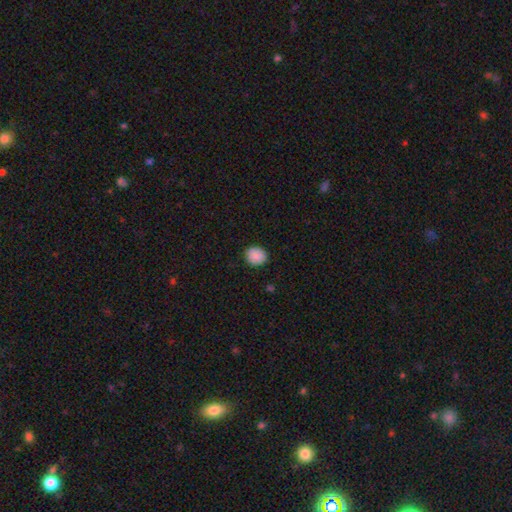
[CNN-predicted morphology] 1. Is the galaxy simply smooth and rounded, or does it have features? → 89% smooth, 8% star or artifact, 3% featured or disk.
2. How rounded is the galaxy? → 71% round, 28% in between, 1% cigar-shaped.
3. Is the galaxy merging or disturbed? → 88% none, 9% minor disturbance, 2% major disturbance, 1% merger.